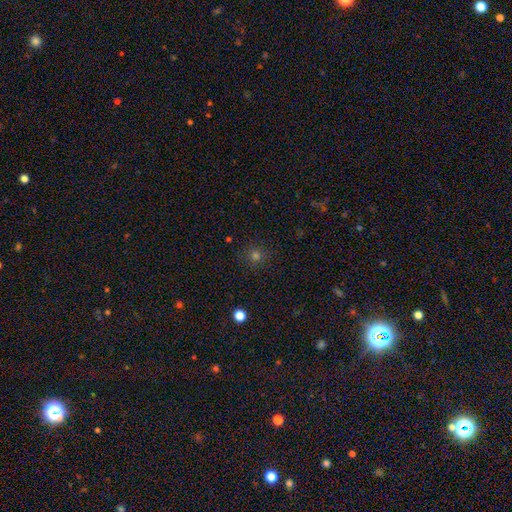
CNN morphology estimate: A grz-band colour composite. It shows a smooth galaxy with no disk features (69%) that is round (93%). Merging: none (89%).